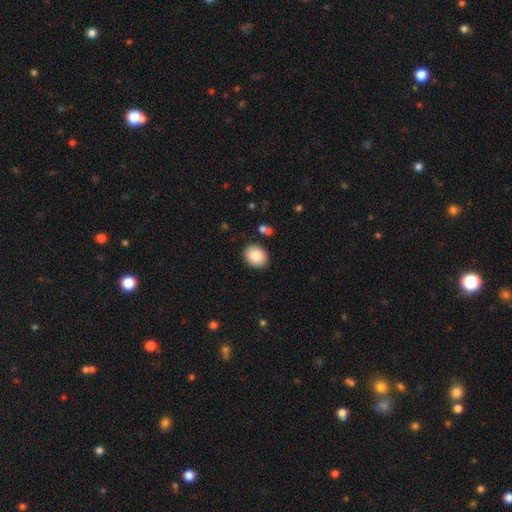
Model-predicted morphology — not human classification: The model was most divided on "how rounded": in between: 50%, round: 49%, cigar-shaped: 1%. More confident: merging — none (88%); smooth or featured — smooth (87%).